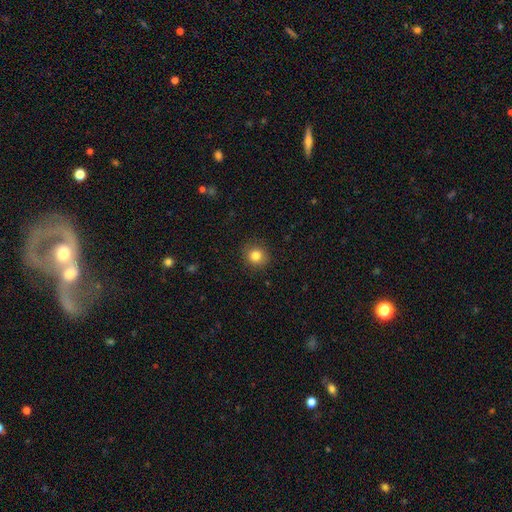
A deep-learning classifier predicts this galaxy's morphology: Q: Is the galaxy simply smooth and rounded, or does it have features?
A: smooth — 83%.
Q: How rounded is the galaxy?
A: round — 87%.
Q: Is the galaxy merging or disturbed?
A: none — 89%.